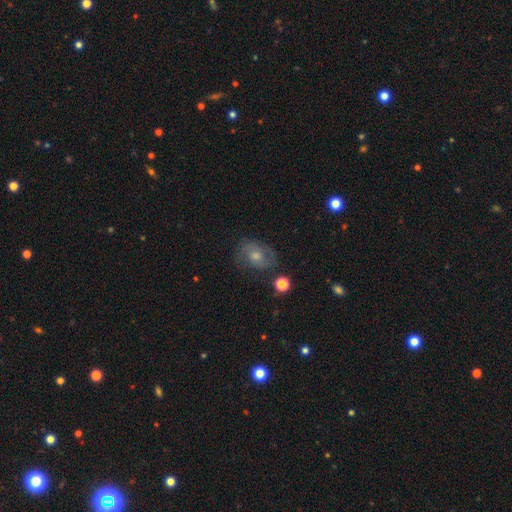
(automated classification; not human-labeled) smooth-or-featured: featured or disk: 53% | smooth: 35% | star or artifact: 12%
  disk-edge-on: no: 96% | yes: 4%
    bar: no: 71% | weak: 25% | strong: 4%
    has-spiral-arms: yes: 78% | no: 22%
    bulge-size: moderate: 59% | small: 30% | large: 6% | none: 3% | dominant: 1%
  merging: none: 69% | minor disturbance: 19% | major disturbance: 9% | merger: 2%